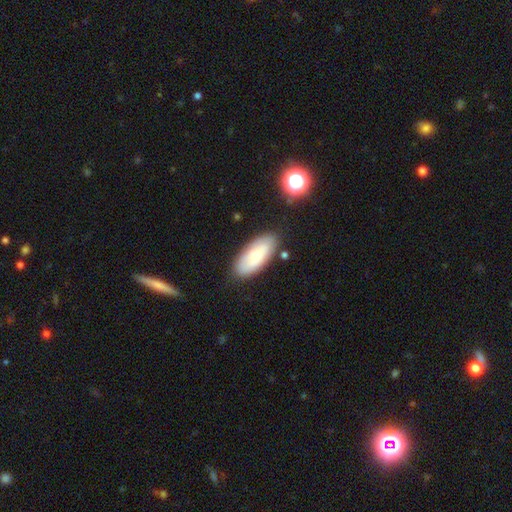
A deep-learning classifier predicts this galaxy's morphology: The model was most divided on "smooth or featured": smooth: 69%, featured or disk: 24%, star or artifact: 6%. More confident: how rounded — in between (87%); merging — none (82%).